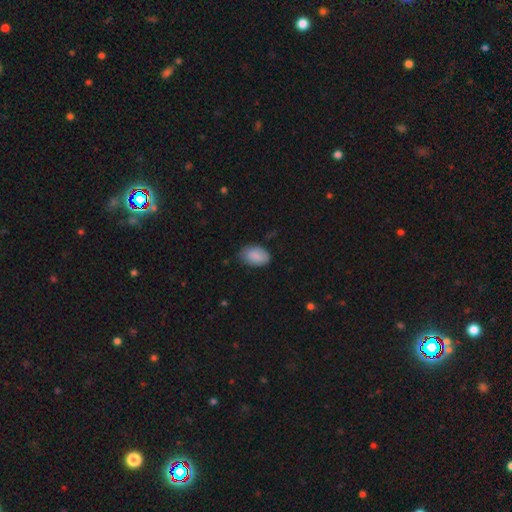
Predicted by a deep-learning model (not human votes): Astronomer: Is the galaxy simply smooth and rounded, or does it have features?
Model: smooth — 88%.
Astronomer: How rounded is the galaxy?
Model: in between — 91%.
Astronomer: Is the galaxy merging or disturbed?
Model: none — 71%.